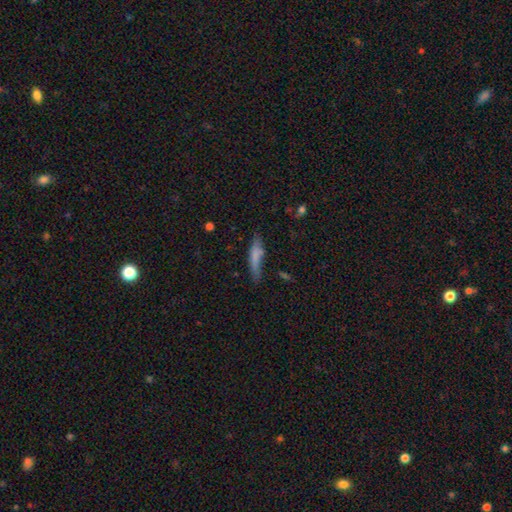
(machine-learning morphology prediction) smooth-or-featured: smooth: 73% | featured or disk: 19% | star or artifact: 8%
  how-rounded: cigar-shaped: 79% | in between: 19% | round: 2%
  merging: none: 64% | minor disturbance: 25% | major disturbance: 7% | merger: 4%